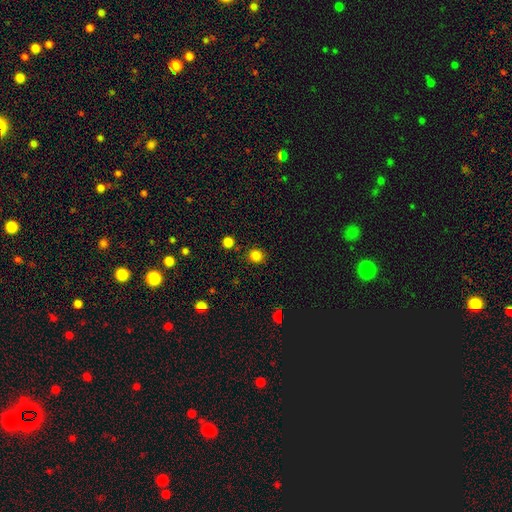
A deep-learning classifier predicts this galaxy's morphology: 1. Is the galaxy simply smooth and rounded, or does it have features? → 83% smooth, 13% star or artifact, 4% featured or disk.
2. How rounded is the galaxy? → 91% round, 8% in between, 1% cigar-shaped.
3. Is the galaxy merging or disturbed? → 88% none, 7% minor disturbance, 3% merger, 2% major disturbance.